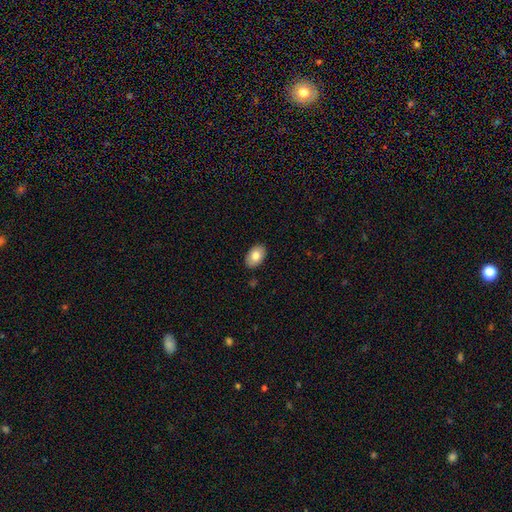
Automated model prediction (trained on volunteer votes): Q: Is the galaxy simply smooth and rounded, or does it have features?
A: smooth — 79%.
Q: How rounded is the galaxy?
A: in between — 88%.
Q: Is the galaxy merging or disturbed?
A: none — 89%.